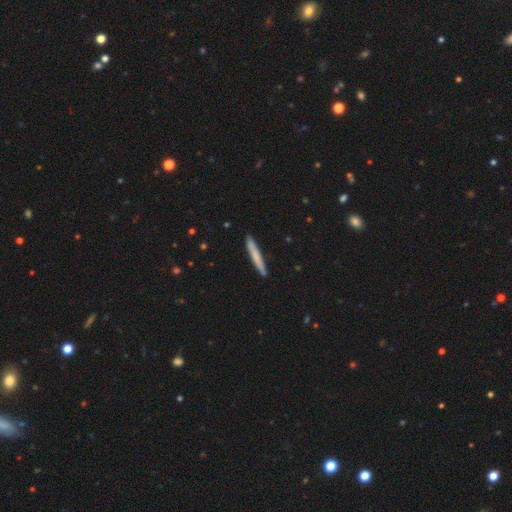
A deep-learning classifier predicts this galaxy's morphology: smooth_or_featured: smooth (p=0.69) [alt: featured or disk p=0.26]
how_rounded: cigar-shaped (p=0.96) [alt: in between p=0.02]
merging: none (p=0.89) [alt: minor disturbance p=0.08]